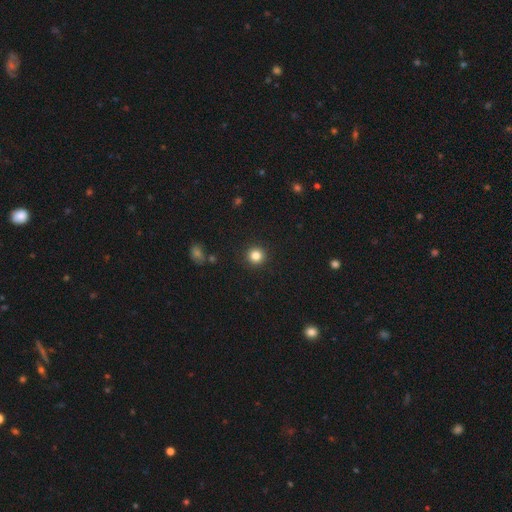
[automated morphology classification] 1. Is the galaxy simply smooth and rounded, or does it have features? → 83% smooth, 12% star or artifact, 5% featured or disk.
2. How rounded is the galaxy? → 95% round, 4% in between, 1% cigar-shaped.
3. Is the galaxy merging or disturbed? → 93% none, 5% minor disturbance, 2% major disturbance, 1% merger.